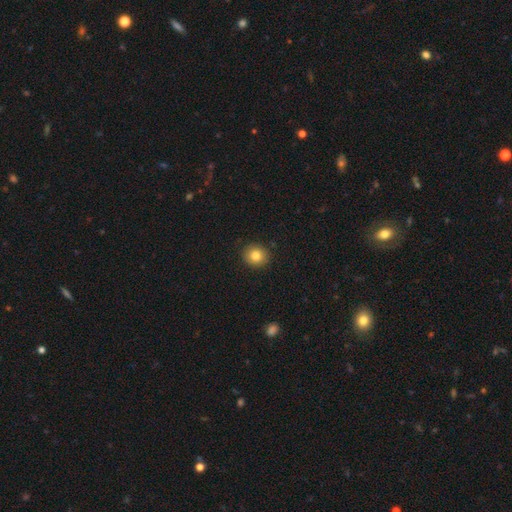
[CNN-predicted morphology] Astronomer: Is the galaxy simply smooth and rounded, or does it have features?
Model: smooth — 82%.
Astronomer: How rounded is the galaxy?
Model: round — 84%.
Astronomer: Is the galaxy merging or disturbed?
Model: none — 91%.